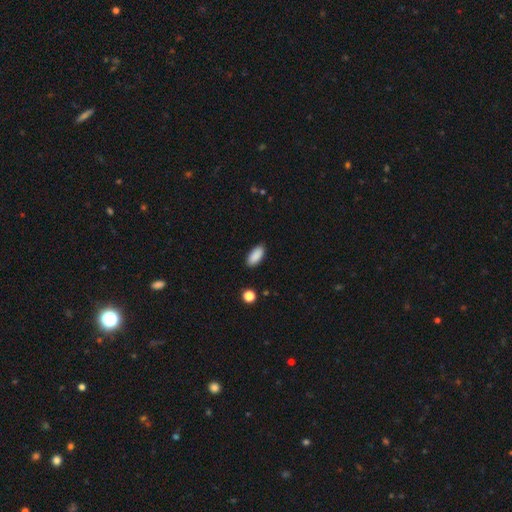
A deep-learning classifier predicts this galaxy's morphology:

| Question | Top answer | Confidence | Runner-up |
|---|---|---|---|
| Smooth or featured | smooth | 89% | star or artifact (7%) |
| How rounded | in between | 88% | cigar-shaped (10%) |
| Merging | none | 87% | minor disturbance (9%) |